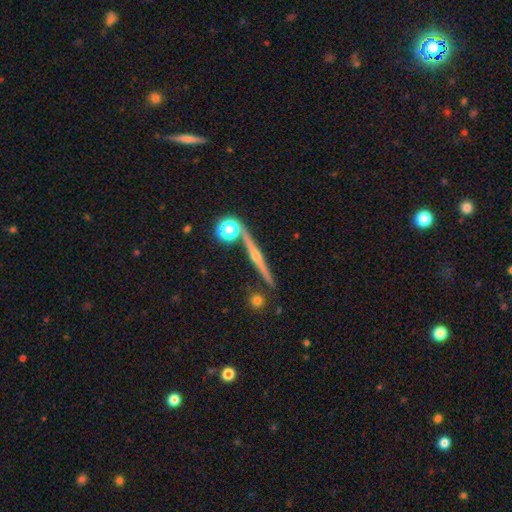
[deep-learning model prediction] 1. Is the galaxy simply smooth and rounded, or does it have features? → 77% featured or disk, 13% smooth, 11% star or artifact.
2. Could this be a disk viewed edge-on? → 96% yes, 4% no.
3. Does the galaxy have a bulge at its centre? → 82% rounded, 12% none, 7% boxy.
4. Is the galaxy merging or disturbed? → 81% none, 9% minor disturbance, 7% merger, 3% major disturbance.